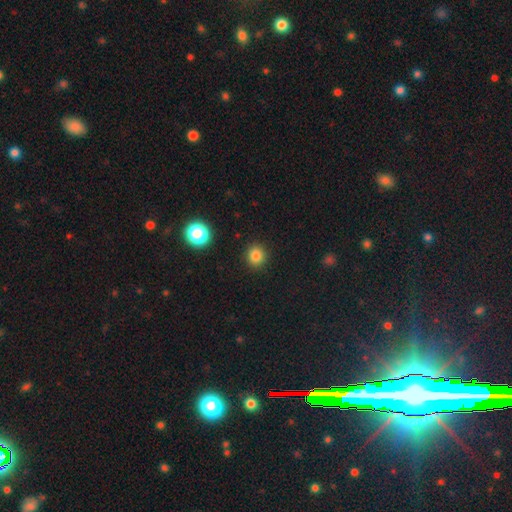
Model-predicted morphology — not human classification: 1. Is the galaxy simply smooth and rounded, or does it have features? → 83% smooth, 12% star or artifact, 4% featured or disk.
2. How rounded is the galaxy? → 88% round, 11% in between, 1% cigar-shaped.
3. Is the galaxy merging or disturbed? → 91% none, 5% minor disturbance, 2% major disturbance, 1% merger.